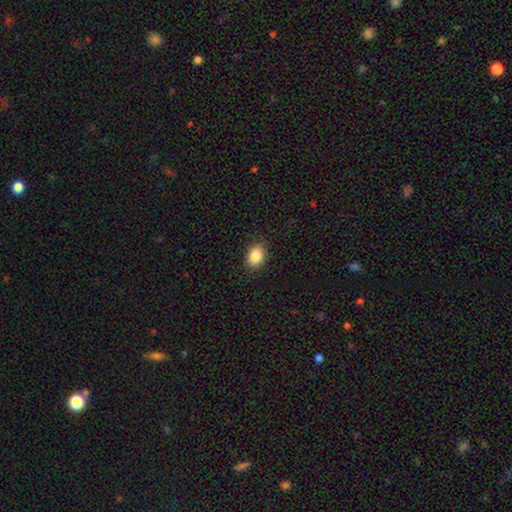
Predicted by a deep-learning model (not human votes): smooth_or_featured: smooth (p=0.87) [alt: star or artifact p=0.08]
how_rounded: in between (p=0.80) [alt: round p=0.19]
merging: none (p=0.88) [alt: minor disturbance p=0.09]